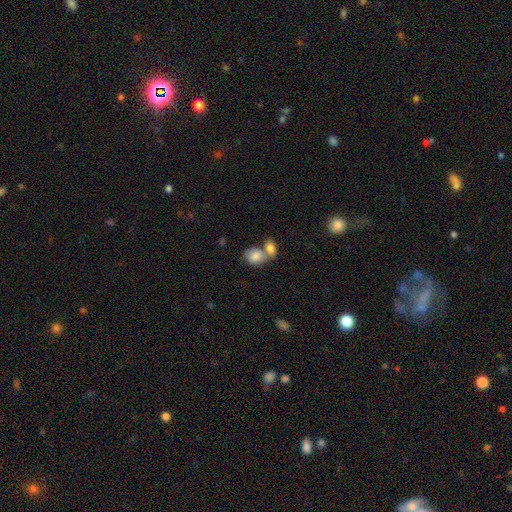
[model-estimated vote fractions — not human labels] smooth 83%, featured or disk 10%, star or artifact 7%. Down the decision tree: how rounded — in between (57%); merging — merger (60%).